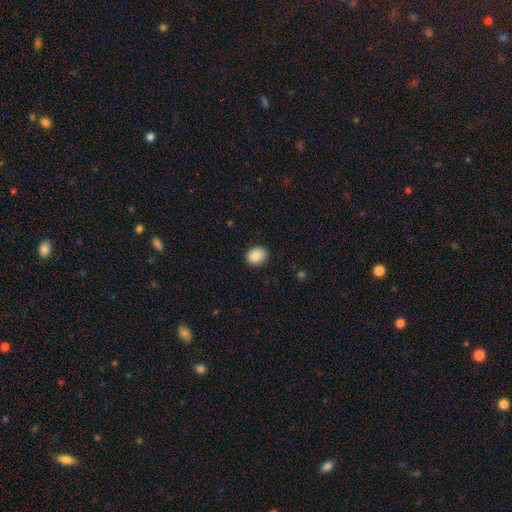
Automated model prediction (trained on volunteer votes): Smooth or featured: smooth — 88% (star or artifact — 8%)
How rounded: round — 60% (in between — 39%)
Merging: none — 86% (minor disturbance — 10%)